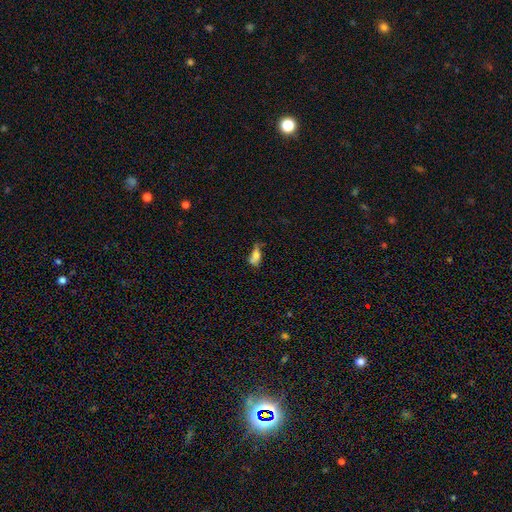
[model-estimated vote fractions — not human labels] Smooth or featured?
  - smooth: 74% *
  - featured or disk: 16%
  - star or artifact: 10%
How rounded?
  - in between: 80% *
  - cigar-shaped: 16%
  - round: 4%
Merging?
  - minor disturbance: 37% *
  - none: 35%
  - major disturbance: 22%
  - merger: 6%